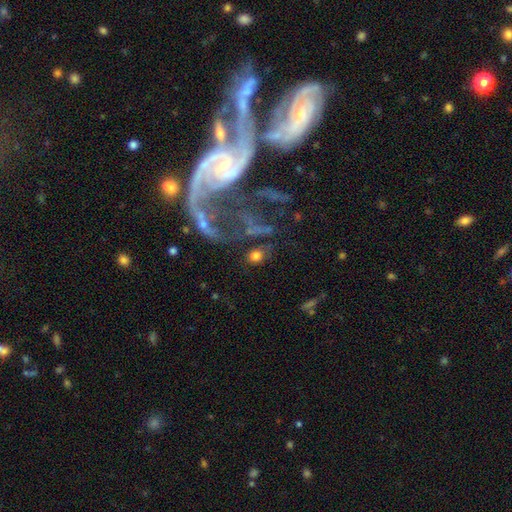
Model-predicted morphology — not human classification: This appears to be a smooth galaxy with no disk features (68%) that is round (59%). Merging: none (67%).